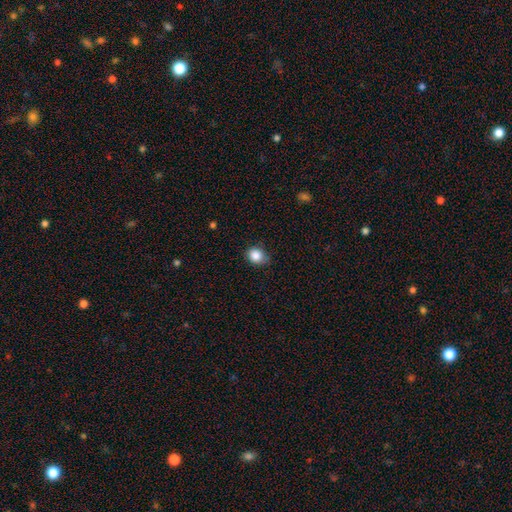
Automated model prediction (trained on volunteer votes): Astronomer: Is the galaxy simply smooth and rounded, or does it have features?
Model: smooth — 86%.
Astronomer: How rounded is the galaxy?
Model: round — 71%.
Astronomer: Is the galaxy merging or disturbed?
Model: none — 72%.